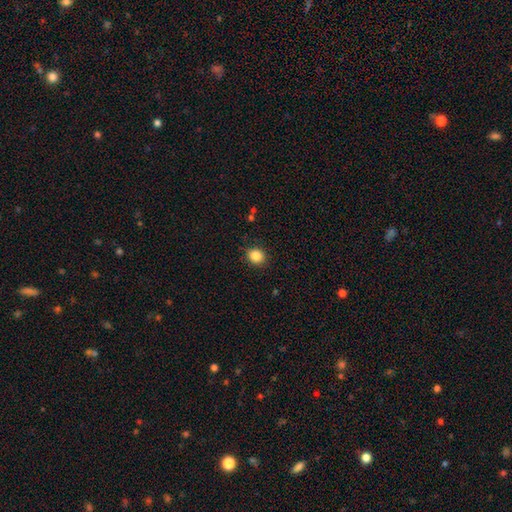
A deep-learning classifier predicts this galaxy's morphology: A smooth galaxy with no disk features (86%) that is round (73%). Merging: none (87%).